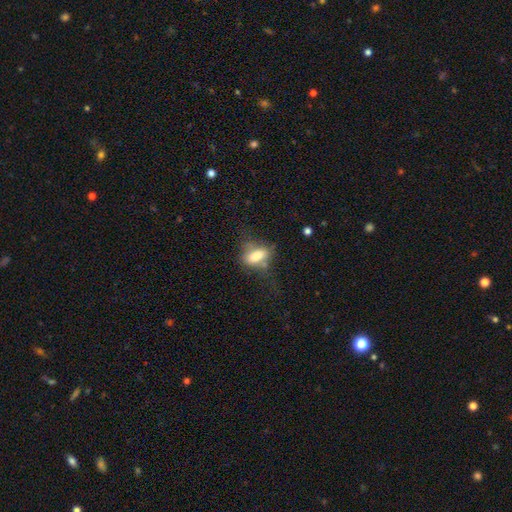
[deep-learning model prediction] Smooth or featured? Predicted: smooth (p=0.69). How rounded? Predicted: in between (p=0.82). Merging? Predicted: none (p=0.48).